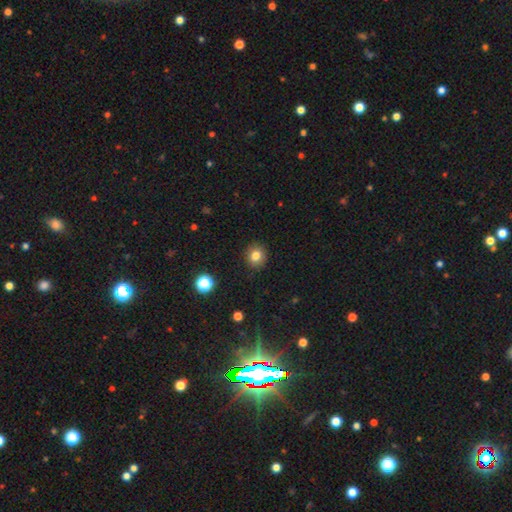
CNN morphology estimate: Smooth or featured? Predicted: smooth (p=0.80). How rounded? Predicted: round (p=0.84). Merging? Predicted: none (p=0.90).